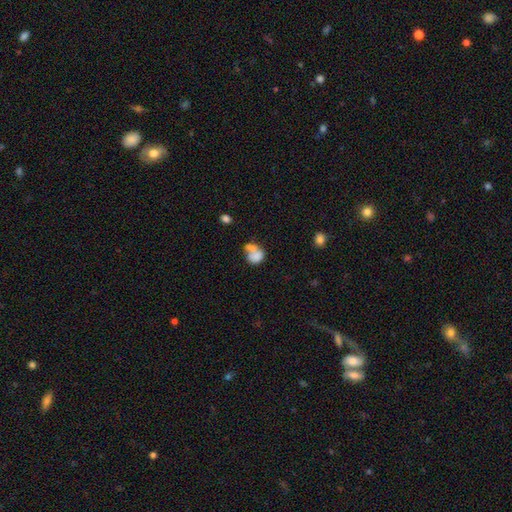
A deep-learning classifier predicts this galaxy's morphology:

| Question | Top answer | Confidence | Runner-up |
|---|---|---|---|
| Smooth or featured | smooth | 67% | featured or disk (23%) |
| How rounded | in between | 50% | round (49%) |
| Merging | merger | 44% | none (24%) |